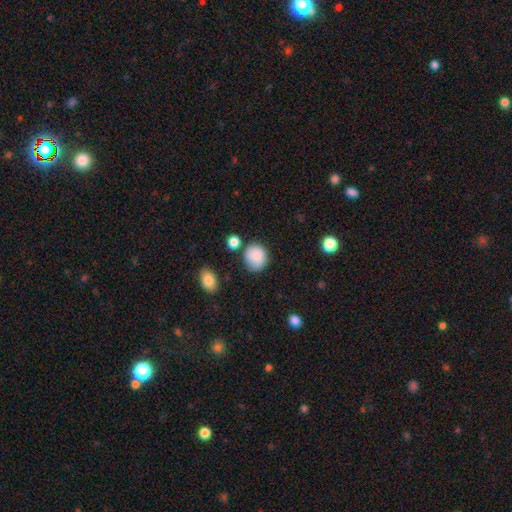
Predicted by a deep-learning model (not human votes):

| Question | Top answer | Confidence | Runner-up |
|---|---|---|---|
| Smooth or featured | smooth | 86% | star or artifact (8%) |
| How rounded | round | 80% | in between (20%) |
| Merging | none | 70% | minor disturbance (20%) |